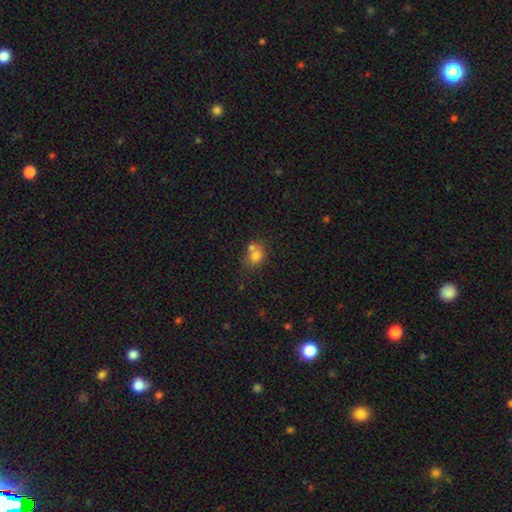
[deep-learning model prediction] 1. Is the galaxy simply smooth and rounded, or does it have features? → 74% smooth, 13% featured or disk, 12% star or artifact.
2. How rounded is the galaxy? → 53% round, 46% in between, 1% cigar-shaped.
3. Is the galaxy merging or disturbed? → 42% none, 40% merger, 12% minor disturbance, 5% major disturbance.